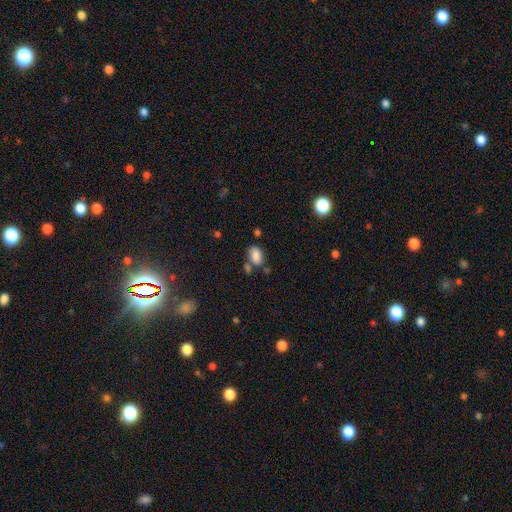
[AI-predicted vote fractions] Smooth or featured? smooth (82%)
How rounded? in between (88%)
Merging? none (54%)